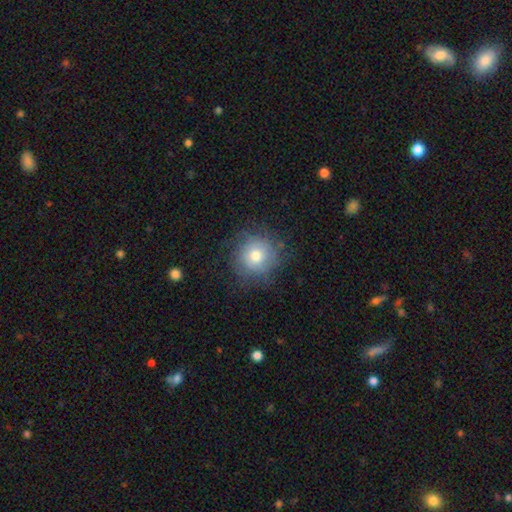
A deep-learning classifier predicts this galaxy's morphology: Smooth or featured?
  - smooth: 65% *
  - featured or disk: 25%
  - star or artifact: 11%
How rounded?
  - round: 92% *
  - in between: 7%
  - cigar-shaped: 1%
Merging?
  - none: 77% *
  - minor disturbance: 14%
  - major disturbance: 7%
  - merger: 1%